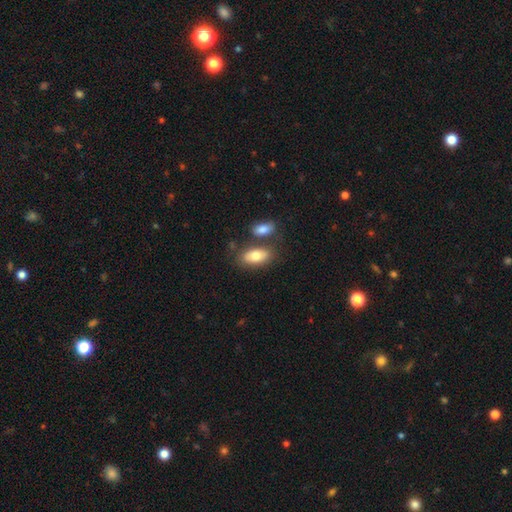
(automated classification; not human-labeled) The model was most divided on "merging": none: 63%, merger: 22%, minor disturbance: 12%, major disturbance: 4%. More confident: how rounded — in between (89%); smooth or featured — smooth (78%).